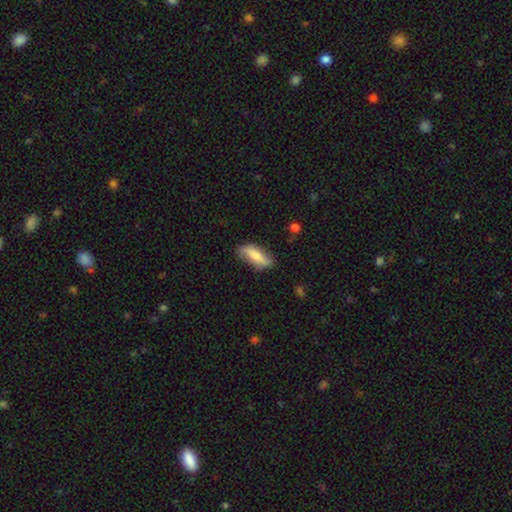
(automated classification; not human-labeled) This appears to be a smooth galaxy with no disk features (61%) that is in between round and cigar-shaped (63%). Merging: none (72%).